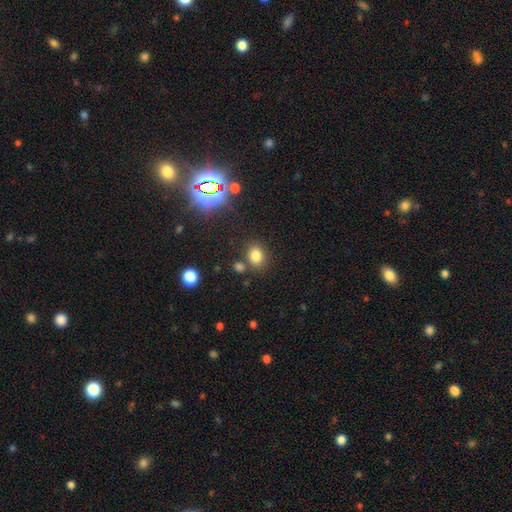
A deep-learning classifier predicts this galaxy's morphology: Overall: smooth (80%). How rounded: in between (55%; round 44%). Merging: none (75%).